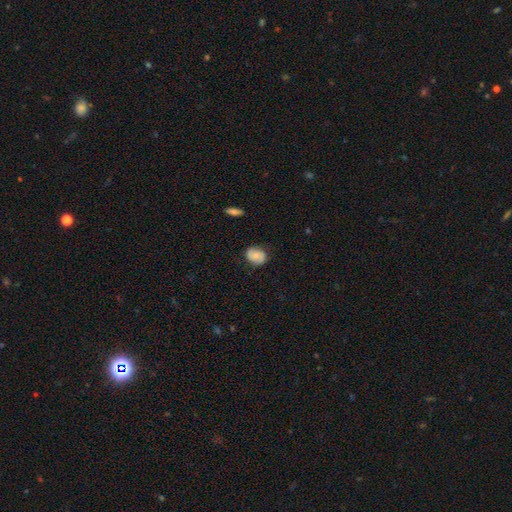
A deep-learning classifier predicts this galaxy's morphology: type=smooth (66%); roundness=in between (56%); merging=none (79%).